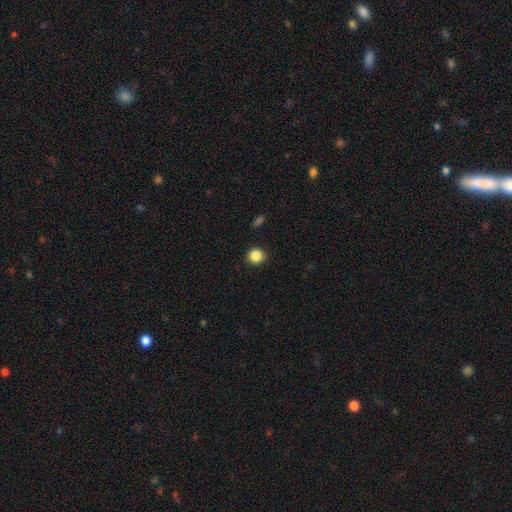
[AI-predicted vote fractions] This appears to be a smooth galaxy with no disk features (86%) that is round (91%). Merging: none (90%).